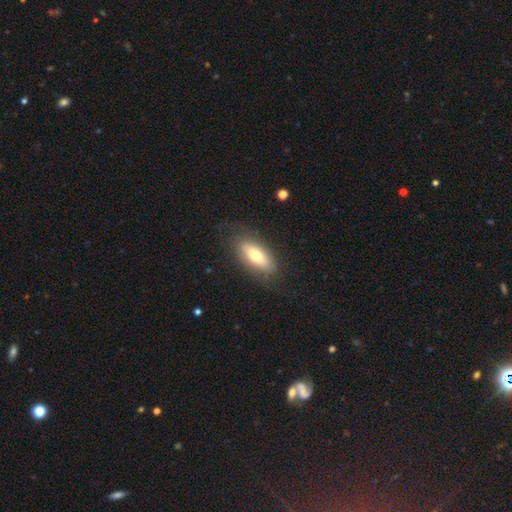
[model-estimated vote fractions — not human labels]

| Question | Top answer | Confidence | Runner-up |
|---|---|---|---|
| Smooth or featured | smooth | 61% | featured or disk (32%) |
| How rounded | in between | 80% | cigar-shaped (17%) |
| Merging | none | 75% | minor disturbance (16%) |